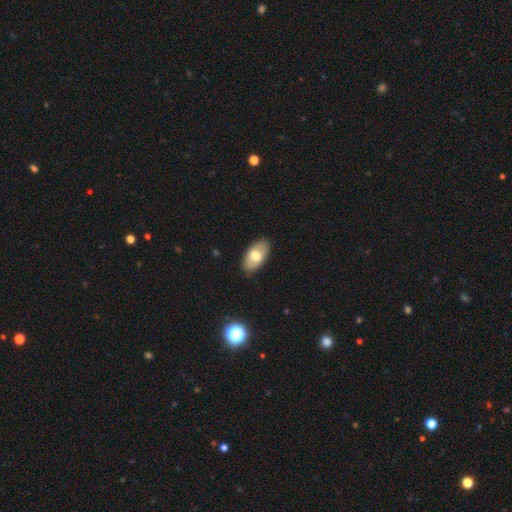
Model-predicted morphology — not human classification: smooth-or-featured: smooth: 69% | featured or disk: 24% | star or artifact: 6%
  how-rounded: in between: 94% | round: 4% | cigar-shaped: 2%
  merging: none: 86% | minor disturbance: 10% | major disturbance: 2% | merger: 1%